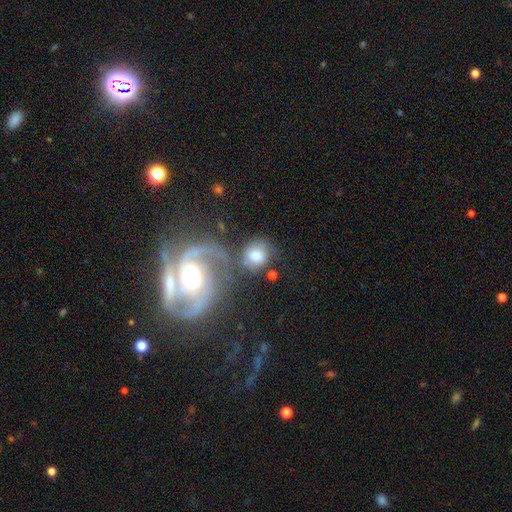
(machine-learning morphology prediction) smooth-or-featured: smooth: 59% | featured or disk: 31% | star or artifact: 9%
  how-rounded: round: 67% | in between: 31% | cigar-shaped: 2%
  merging: none: 41% | merger: 32% | minor disturbance: 15% | major disturbance: 12%